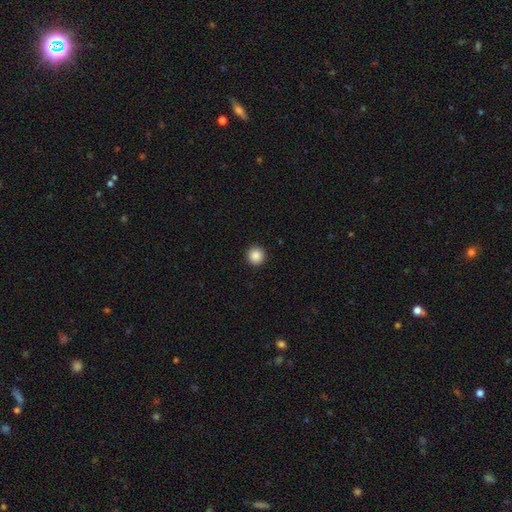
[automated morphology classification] Q: Smooth or featured?
A: smooth (88%); runner-up: star or artifact (9%)
Q: How rounded?
A: round (96%); runner-up: in between (3%)
Q: Merging?
A: none (93%); runner-up: minor disturbance (4%)